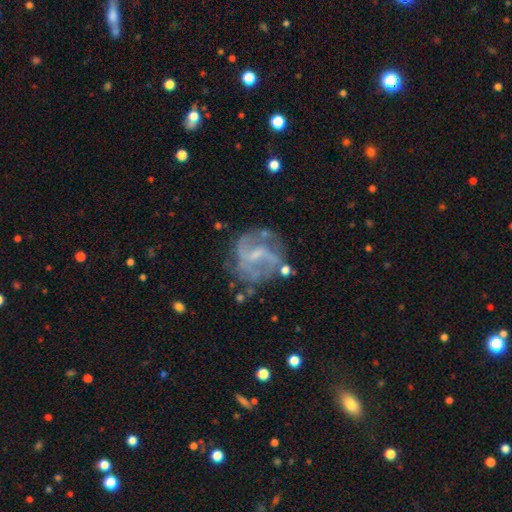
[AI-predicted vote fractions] Smooth or featured? Predicted: featured or disk (p=0.84). Edge-on disk? Predicted: no (p=0.98). Bar? Predicted: weak (p=0.55). Spiral arms? Predicted: yes (p=0.92). Spiral winding? Predicted: medium (p=0.48). Spiral arm count? Predicted: 2 (p=0.62). Bulge size? Predicted: small (p=0.60). Merging? Predicted: none (p=0.65).